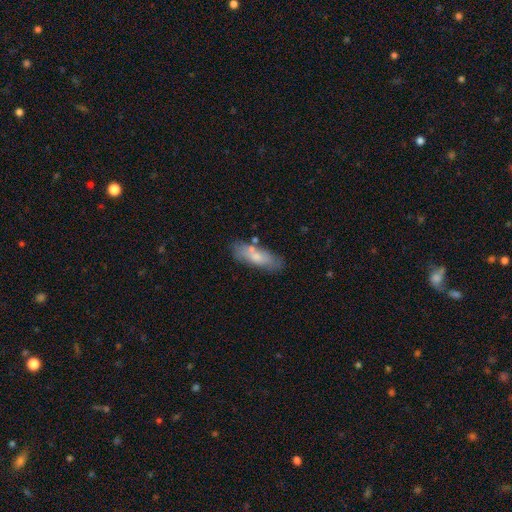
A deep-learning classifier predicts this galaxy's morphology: This appears to be a smooth galaxy with no disk features (70%) that is in between round and cigar-shaped (63%). Merging: none (68%).